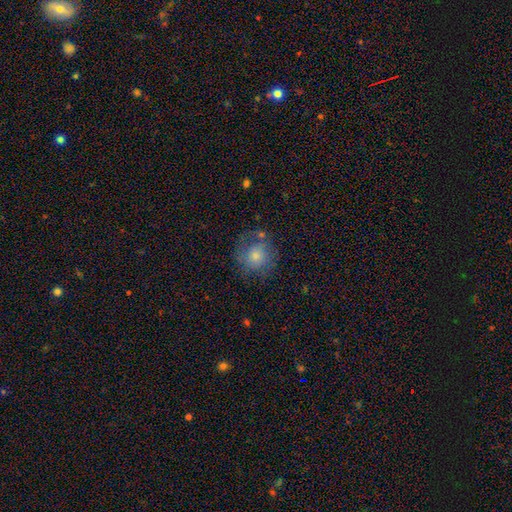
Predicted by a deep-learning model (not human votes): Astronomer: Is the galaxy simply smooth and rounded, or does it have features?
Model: smooth — 64%.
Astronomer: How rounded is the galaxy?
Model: round — 87%.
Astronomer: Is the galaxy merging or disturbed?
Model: none — 65%.